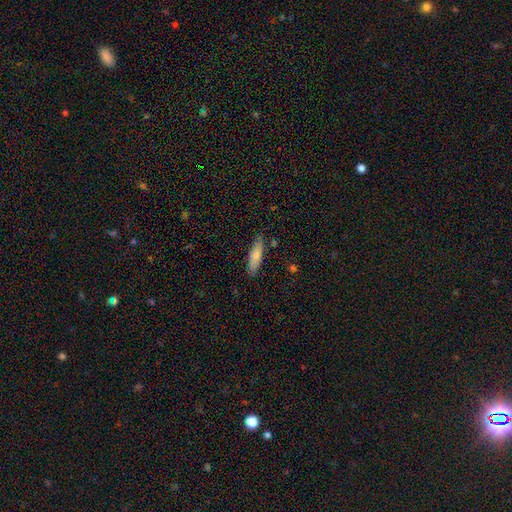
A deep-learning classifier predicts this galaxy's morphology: smooth_or_featured: smooth (p=0.76) [alt: featured or disk p=0.18]
how_rounded: cigar-shaped (p=0.62) [alt: in between p=0.36]
merging: none (p=0.83) [alt: minor disturbance p=0.13]